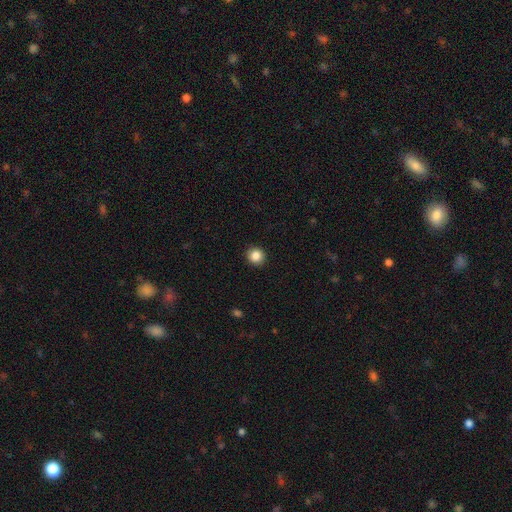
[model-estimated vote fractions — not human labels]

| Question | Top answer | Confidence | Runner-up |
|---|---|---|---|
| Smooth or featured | smooth | 86% | star or artifact (10%) |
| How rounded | round | 91% | in between (8%) |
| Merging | none | 92% | minor disturbance (6%) |